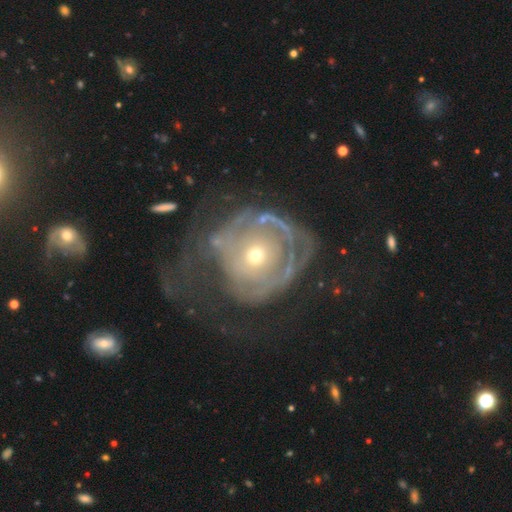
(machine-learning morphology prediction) Smooth or featured?
  - featured or disk: 71% *
  - smooth: 20%
  - star or artifact: 9%
Edge-on disk?
  - no: 96% *
  - yes: 4%
Bar?
  - no: 85% *
  - weak: 11%
  - strong: 4%
Spiral arms?
  - yes: 60% *
  - no: 40%
Bulge size?
  - small: 63% *
  - moderate: 32%
  - large: 3%
  - dominant: 1%
  - none: 1%
Merging?
  - major disturbance: 44% *
  - none: 34%
  - minor disturbance: 18%
  - merger: 4%